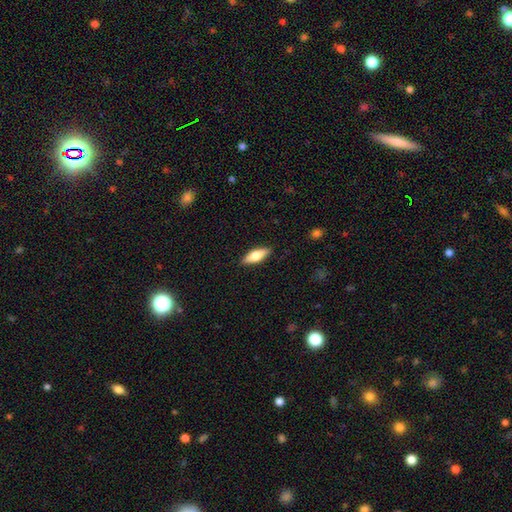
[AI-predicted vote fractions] smooth-or-featured: smooth: 61% | featured or disk: 34% | star or artifact: 6%
  how-rounded: in between: 56% | cigar-shaped: 41% | round: 2%
  merging: none: 89% | minor disturbance: 8% | major disturbance: 2% | merger: 1%